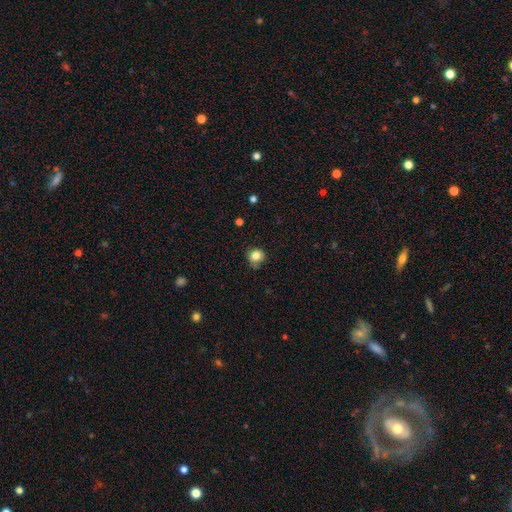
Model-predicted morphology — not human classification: This is clearly a smooth galaxy (82%). How rounded: clearly round (86%). Merging: likely none (72%).